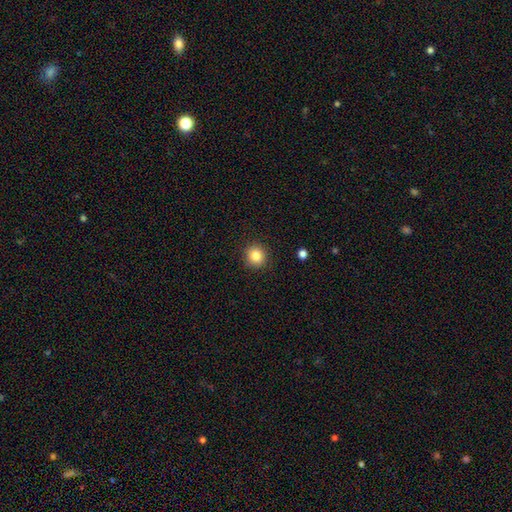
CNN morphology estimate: smooth_or_featured: smooth (p=0.84) [alt: star or artifact p=0.11]
how_rounded: round (p=0.91) [alt: in between p=0.08]
merging: none (p=0.91) [alt: minor disturbance p=0.06]